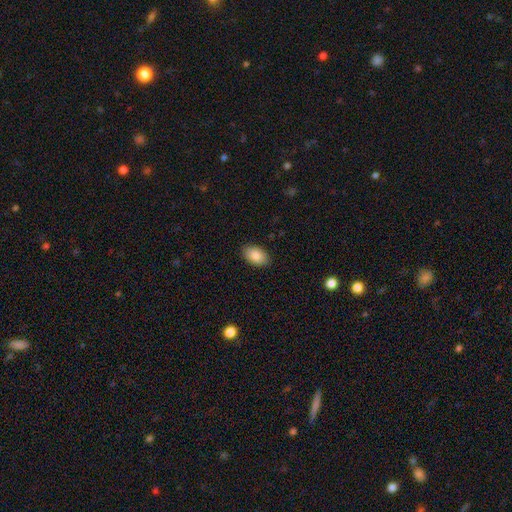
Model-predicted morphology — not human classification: Q: Smooth or featured?
A: smooth (87%); runner-up: star or artifact (7%)
Q: How rounded?
A: in between (93%); runner-up: round (6%)
Q: Merging?
A: none (89%); runner-up: minor disturbance (8%)